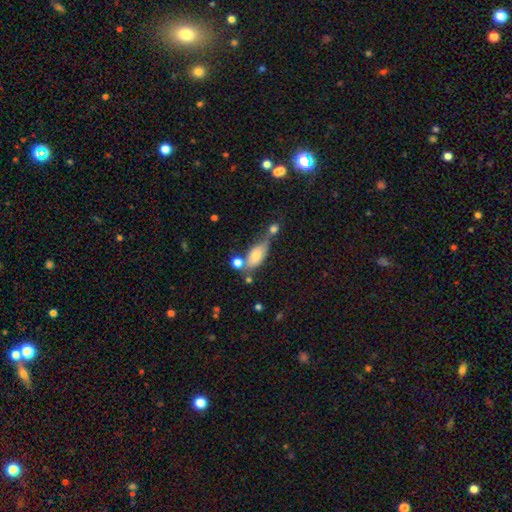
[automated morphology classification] A smooth galaxy with no disk features (70%) that is in between round and cigar-shaped (79%). Merging: none (38%).